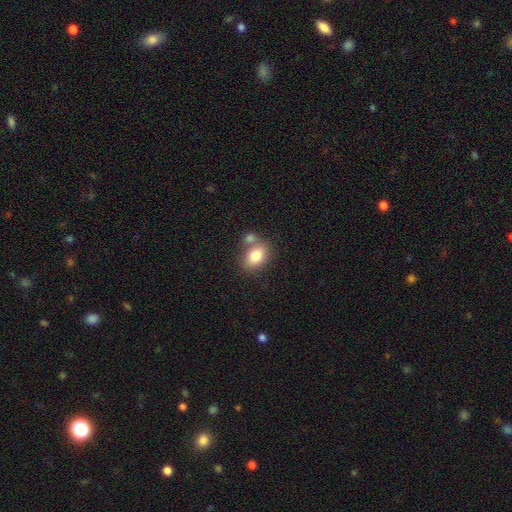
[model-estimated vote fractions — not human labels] Overall: smooth (81%). How rounded: in between (70%). Merging: none (50%; merger 32%).